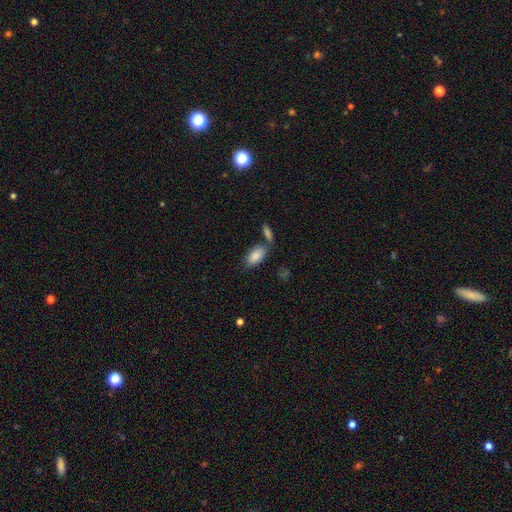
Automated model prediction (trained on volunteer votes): The model was most divided on "merging": none: 59%, merger: 23%, minor disturbance: 14%, major disturbance: 4%. More confident: how rounded — in between (91%); smooth or featured — smooth (86%).